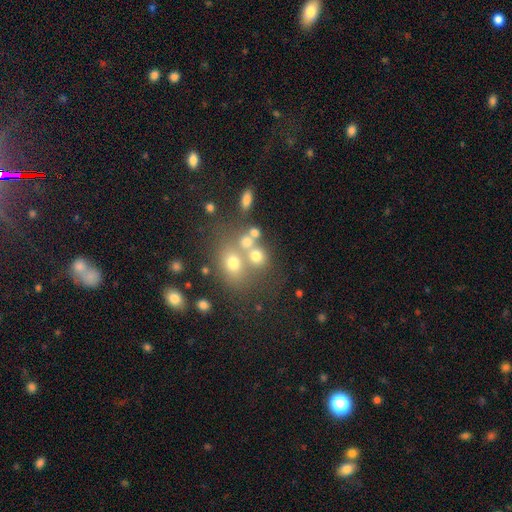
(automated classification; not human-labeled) The model was most divided on "merging": none: 44%, merger: 38%, minor disturbance: 10%, major disturbance: 7%. More confident: how rounded — round (69%); smooth or featured — smooth (64%).